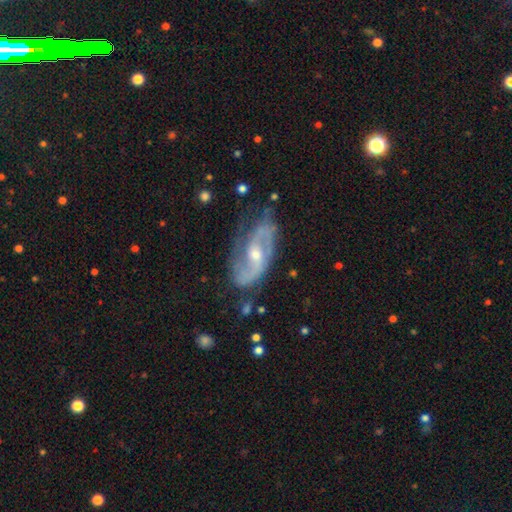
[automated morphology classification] Smooth or featured? Predicted: featured or disk (p=0.86). Edge-on disk? Predicted: no (p=0.95). Bar? Predicted: no (p=0.45). Spiral arms? Predicted: yes (p=0.94). Spiral winding? Predicted: medium (p=0.48). Spiral arm count? Predicted: 2 (p=0.81). Bulge size? Predicted: moderate (p=0.49). Merging? Predicted: none (p=0.62).